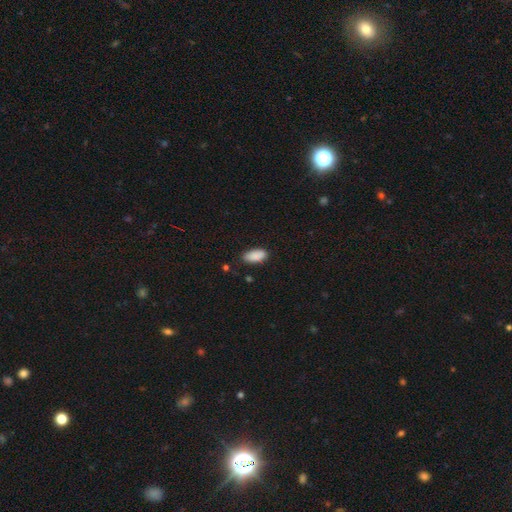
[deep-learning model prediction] Smooth or featured: smooth — 89% (star or artifact — 7%)
How rounded: in between — 92% (cigar-shaped — 6%)
Merging: none — 80% (minor disturbance — 16%)